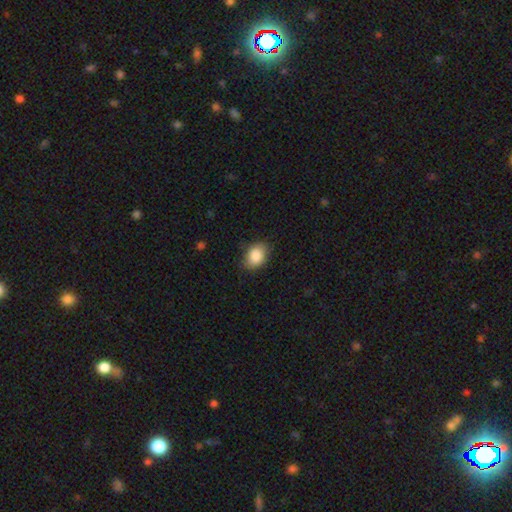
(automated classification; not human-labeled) smooth-or-featured: smooth: 87% | star or artifact: 7% | featured or disk: 5%
  how-rounded: in between: 76% | round: 22% | cigar-shaped: 1%
  merging: none: 81% | minor disturbance: 15% | major disturbance: 3% | merger: 1%